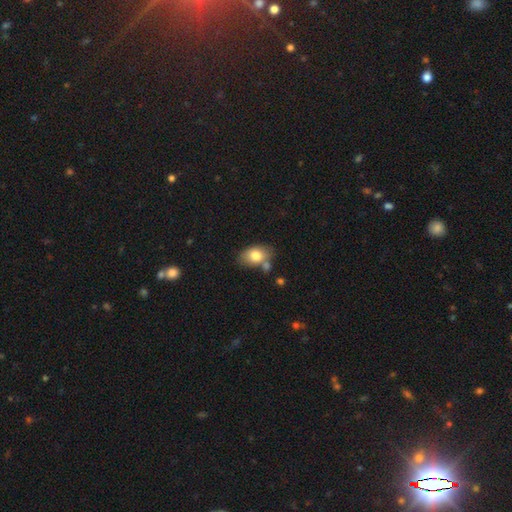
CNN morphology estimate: This appears to be a smooth galaxy with no disk features (78%) that is in between round and cigar-shaped (83%). Merging: none (60%).